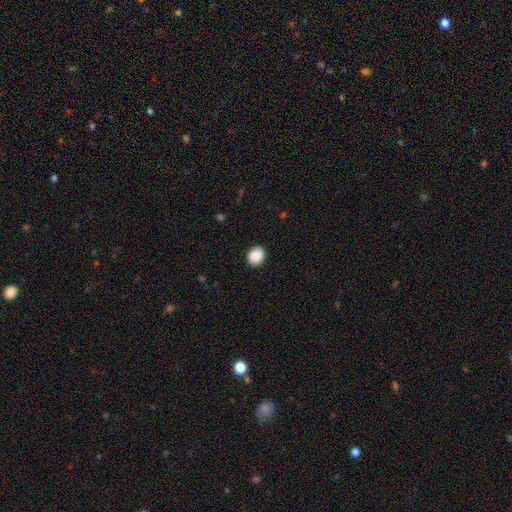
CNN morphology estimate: This is clearly a smooth galaxy (86%). How rounded: possibly round (55%). Merging: clearly none (87%).